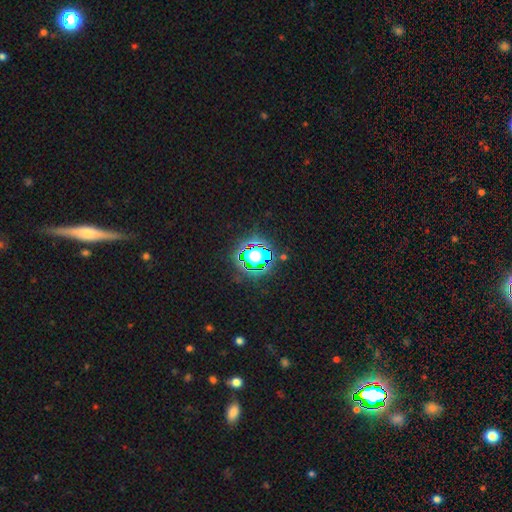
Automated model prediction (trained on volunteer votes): The model was most divided on "smooth or featured": star or artifact: 63%, smooth: 25%, featured or disk: 12%.